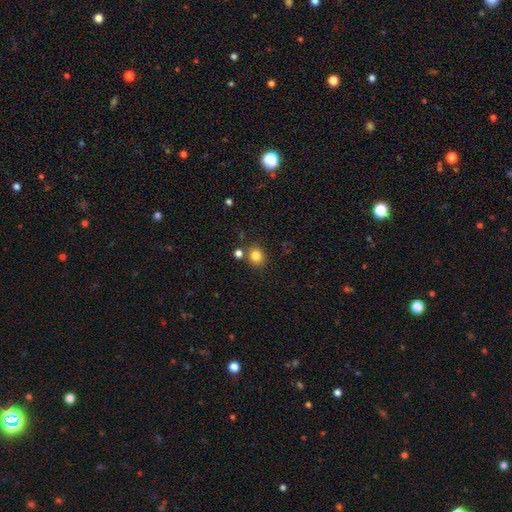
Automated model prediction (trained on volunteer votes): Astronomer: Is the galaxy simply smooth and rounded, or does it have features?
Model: smooth — 83%.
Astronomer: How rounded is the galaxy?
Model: round — 75%.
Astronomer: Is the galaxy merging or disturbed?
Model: none — 78%.